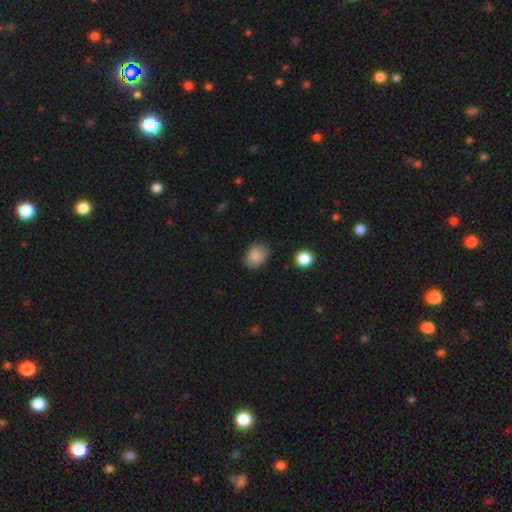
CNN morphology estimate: Smooth or featured? Predicted: smooth (p=0.85). How rounded? Predicted: in between (p=0.59). Merging? Predicted: none (p=0.77).